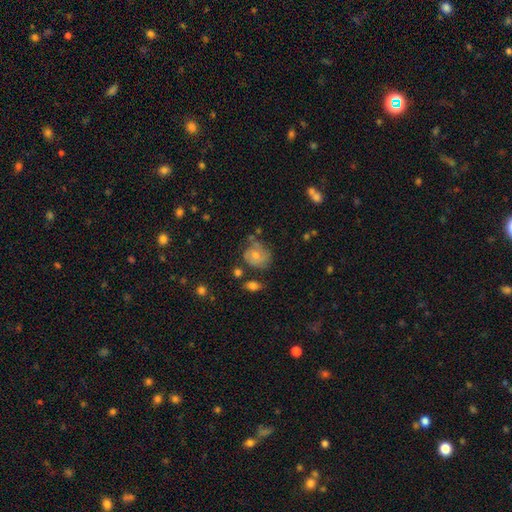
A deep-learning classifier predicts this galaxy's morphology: This is likely a smooth galaxy (60%). How rounded: likely round (64%). Merging: possibly none (49%).